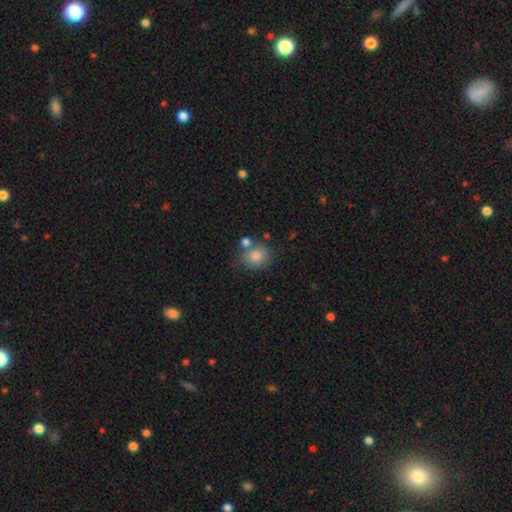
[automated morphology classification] This is clearly a smooth galaxy (83%). How rounded: possibly round (57%). Merging: possibly none (58%).